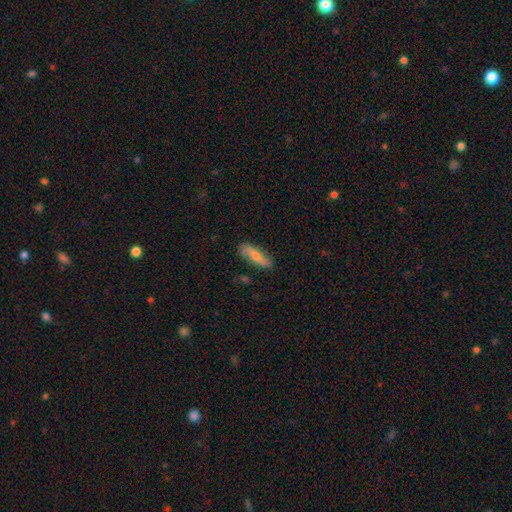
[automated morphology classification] Q: Smooth or featured?
A: smooth (65%); runner-up: featured or disk (29%)
Q: How rounded?
A: cigar-shaped (58%); runner-up: in between (39%)
Q: Merging?
A: none (81%); runner-up: minor disturbance (14%)